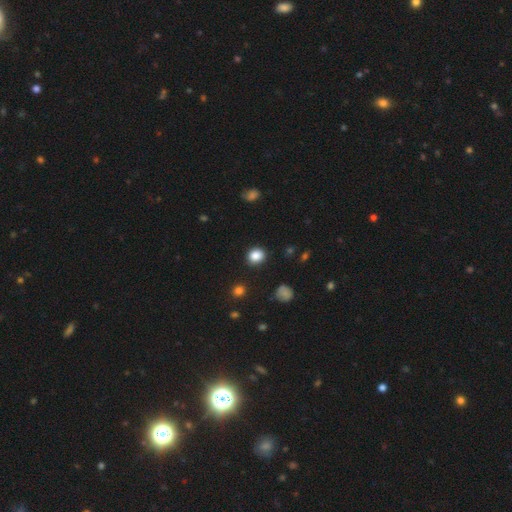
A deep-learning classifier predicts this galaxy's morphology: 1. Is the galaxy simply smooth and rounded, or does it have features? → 86% smooth, 10% star or artifact, 4% featured or disk.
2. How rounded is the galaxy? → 67% round, 32% in between, 1% cigar-shaped.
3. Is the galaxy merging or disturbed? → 88% none, 8% minor disturbance, 3% major disturbance, 1% merger.